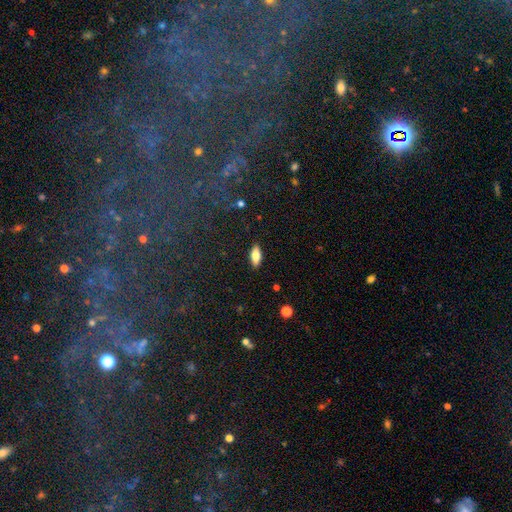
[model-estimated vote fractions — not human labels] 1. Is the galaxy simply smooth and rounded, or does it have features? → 75% smooth, 18% featured or disk, 7% star or artifact.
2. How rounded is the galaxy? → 78% in between, 20% cigar-shaped, 2% round.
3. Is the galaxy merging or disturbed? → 89% none, 8% minor disturbance, 2% major disturbance, 1% merger.